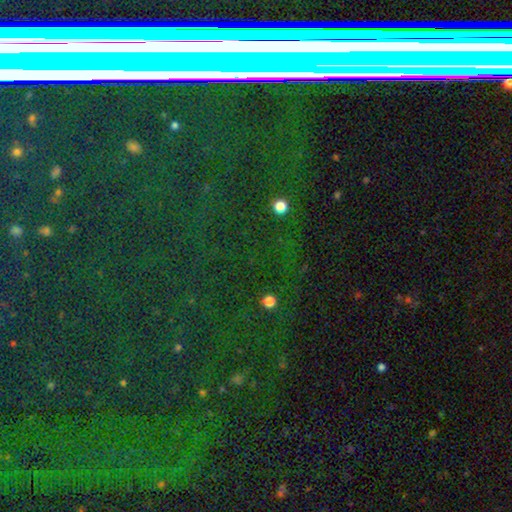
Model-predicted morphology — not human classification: smooth-or-featured: star or artifact: 69% | featured or disk: 17% | smooth: 14%